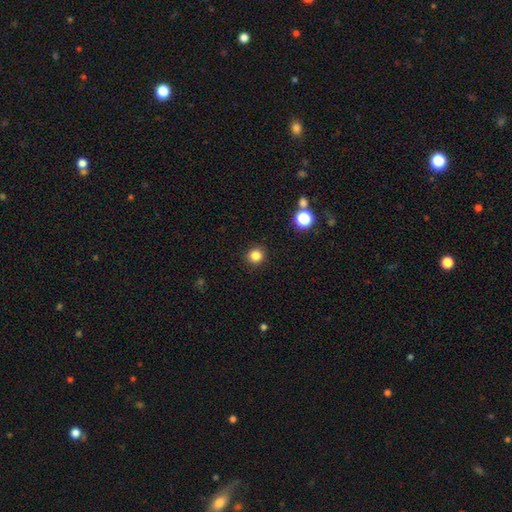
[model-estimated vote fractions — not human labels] smooth 83%, star or artifact 13%, featured or disk 4%. Down the decision tree: how rounded — round (93%); merging — none (92%).